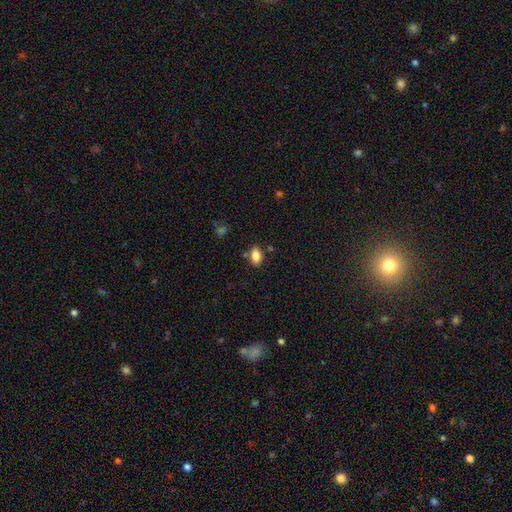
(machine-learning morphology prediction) smooth-or-featured: smooth: 85% | star or artifact: 9% | featured or disk: 6%
  how-rounded: in between: 89% | round: 9% | cigar-shaped: 2%
  merging: none: 78% | minor disturbance: 12% | merger: 7% | major disturbance: 3%